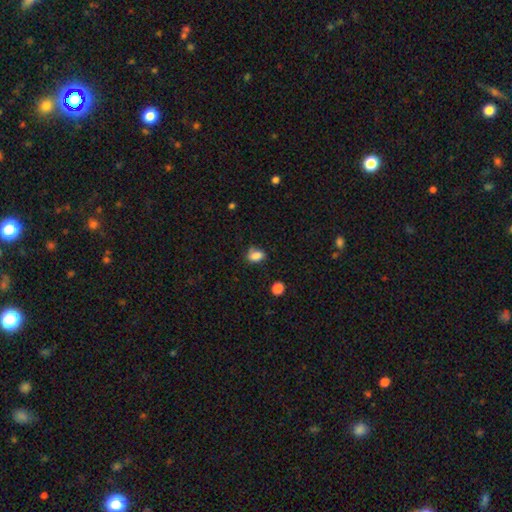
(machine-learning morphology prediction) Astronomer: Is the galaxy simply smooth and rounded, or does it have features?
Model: smooth — 83%.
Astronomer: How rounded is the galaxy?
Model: in between — 77%.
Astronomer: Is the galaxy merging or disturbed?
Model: none — 57%.